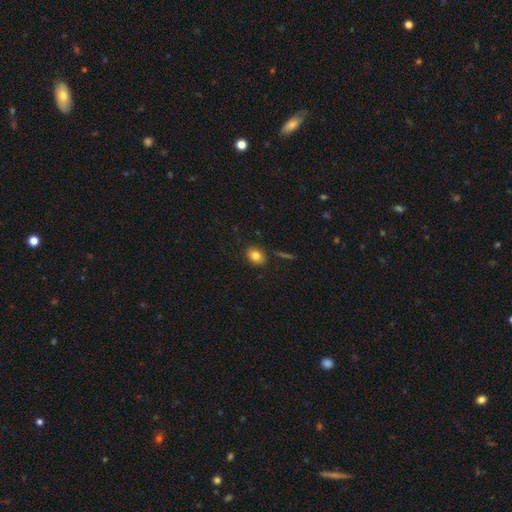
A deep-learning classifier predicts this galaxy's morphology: A smooth galaxy with no disk features (82%) that is round (53%).

Vote fractions:
- Smooth or featured? smooth: 82% / star or artifact: 10% / featured or disk: 8%
- How rounded? round: 53% / in between: 46% / cigar-shaped: 1%
- Merging? none: 86% / minor disturbance: 9% / merger: 2% / major disturbance: 2%